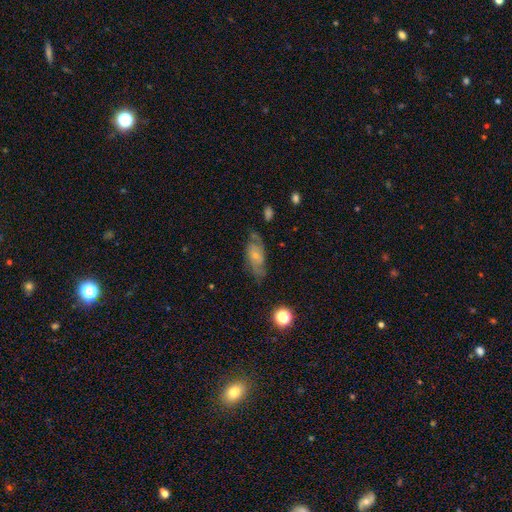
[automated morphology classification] Q: Smooth or featured?
A: featured or disk (69%); runner-up: smooth (23%)
Q: Edge-on disk?
A: no (92%); runner-up: yes (8%)
Q: Bar?
A: no (65%); runner-up: weak (29%)
Q: Spiral arms?
A: yes (88%); runner-up: no (12%)
Q: Spiral winding?
A: medium (46%); runner-up: tight (32%)
Q: Spiral arm count?
A: 2 (69%); runner-up: can't tell (18%)
Q: Bulge size?
A: small (65%); runner-up: moderate (28%)
Q: Merging?
A: none (64%); runner-up: minor disturbance (22%)